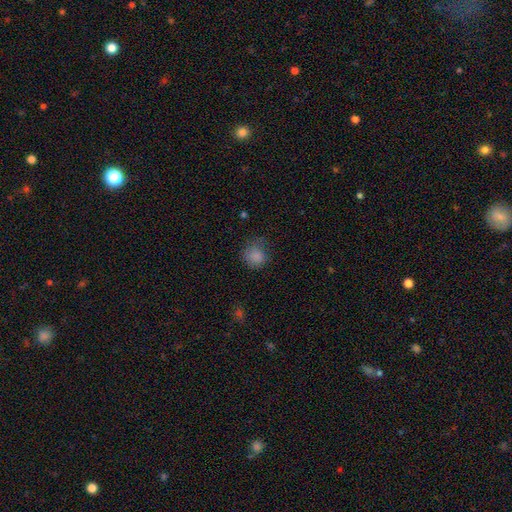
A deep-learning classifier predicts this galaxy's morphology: Q: Smooth or featured?
A: smooth (84%); runner-up: star or artifact (10%)
Q: How rounded?
A: round (82%); runner-up: in between (17%)
Q: Merging?
A: none (57%); runner-up: minor disturbance (28%)